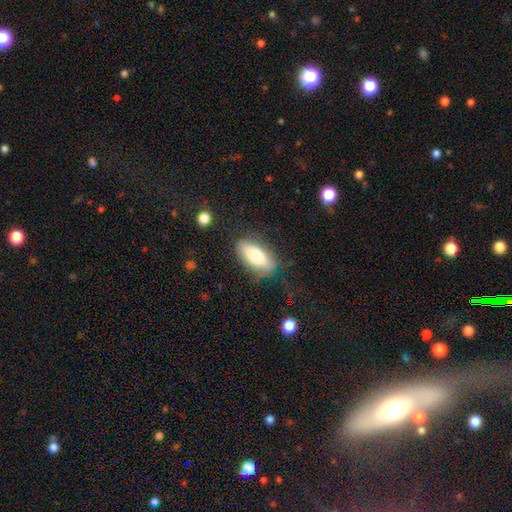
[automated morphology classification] A smooth galaxy with no disk features (78%) that is in between round and cigar-shaped (84%). Merging: none (78%).